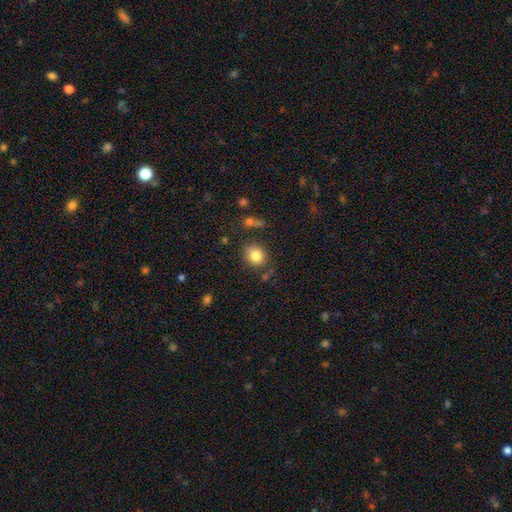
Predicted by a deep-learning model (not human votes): smooth-or-featured: smooth: 83% | star or artifact: 10% | featured or disk: 7%
  how-rounded: round: 66% | in between: 33% | cigar-shaped: 1%
  merging: none: 76% | minor disturbance: 14% | merger: 6% | major disturbance: 4%